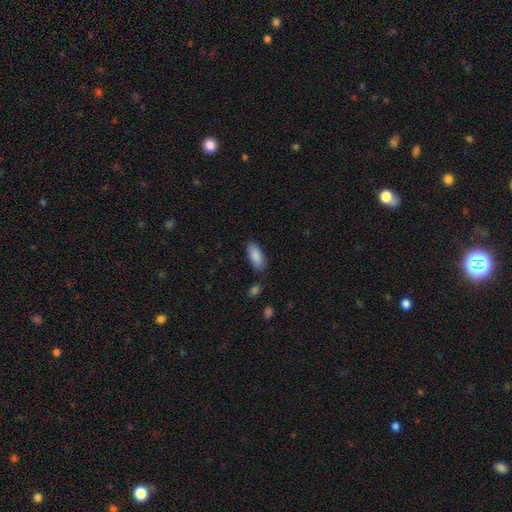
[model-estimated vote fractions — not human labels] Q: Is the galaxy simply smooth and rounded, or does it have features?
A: smooth — 88%.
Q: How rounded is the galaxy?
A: in between — 81%.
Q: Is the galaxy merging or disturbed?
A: none — 83%.